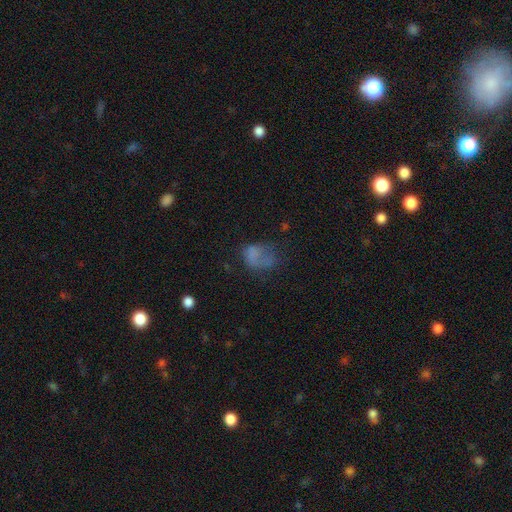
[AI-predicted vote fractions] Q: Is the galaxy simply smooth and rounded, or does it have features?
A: smooth — 59%.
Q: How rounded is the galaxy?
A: in between — 65%.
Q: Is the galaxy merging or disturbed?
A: major disturbance — 39%.